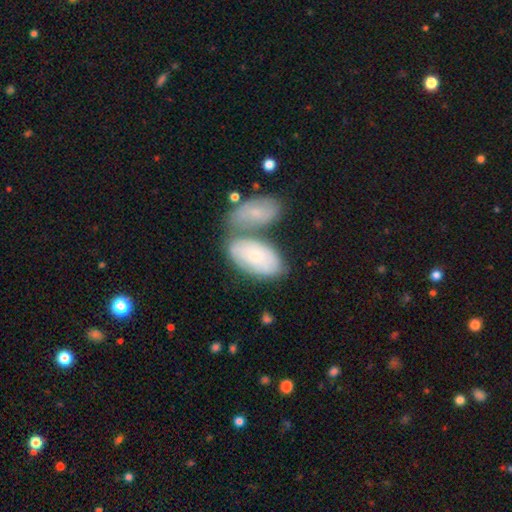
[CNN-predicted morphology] type=smooth (60%); roundness=in between (93%); merging=merger (45%).